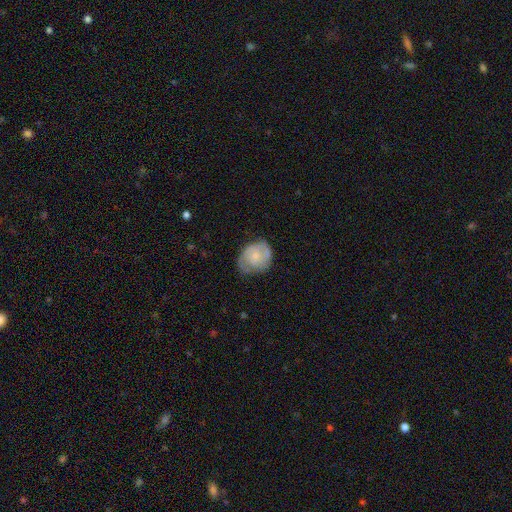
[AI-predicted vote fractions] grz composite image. It shows a smooth galaxy with no disk features (48%). Merging: none (53%).